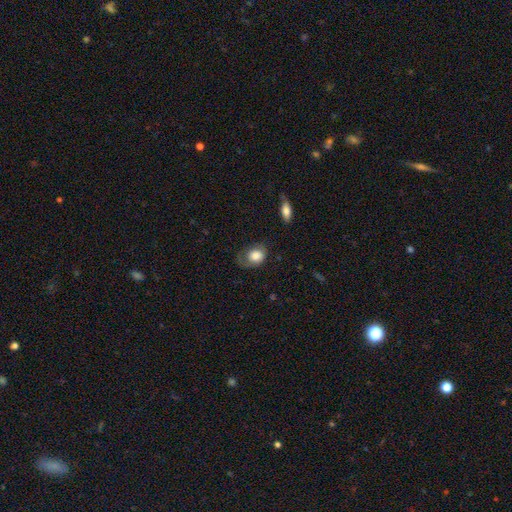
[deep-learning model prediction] smooth 72%, featured or disk 20%, star or artifact 7%. Down the decision tree: how rounded — in between (55%); merging — none (42%).